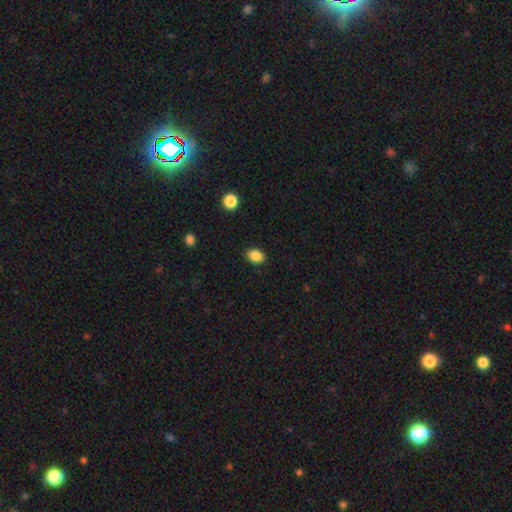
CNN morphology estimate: type=smooth (87%); roundness=in between (70%); merging=none (89%).